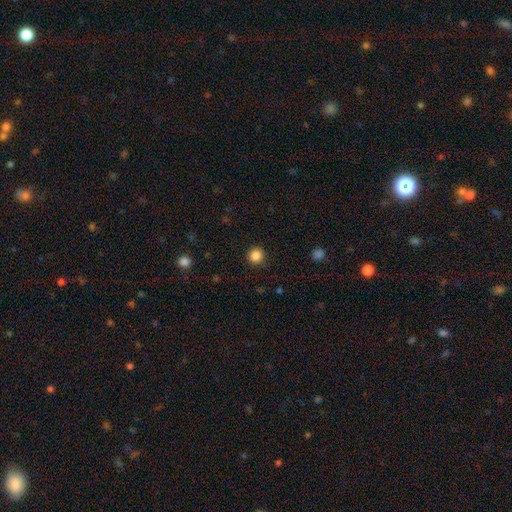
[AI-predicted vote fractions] This appears to be a smooth galaxy with no disk features (86%) that is round (94%). Merging: none (91%).